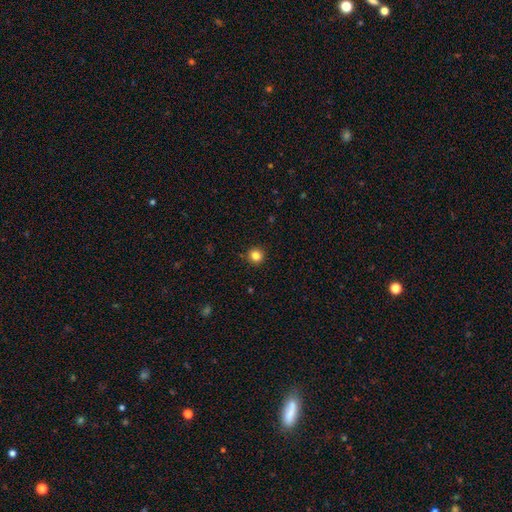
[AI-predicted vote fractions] Smooth or featured? Predicted: smooth (p=0.84). How rounded? Predicted: round (p=0.94). Merging? Predicted: none (p=0.92).